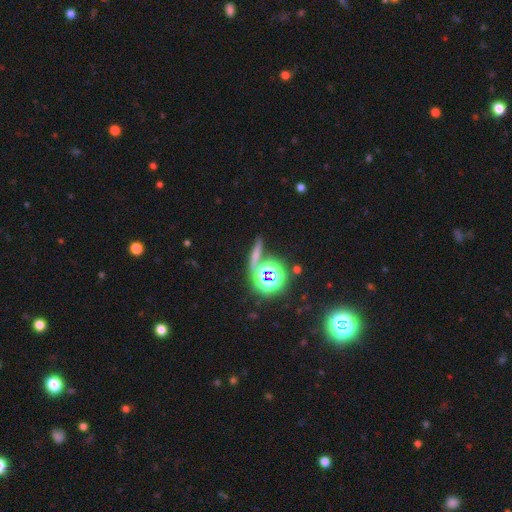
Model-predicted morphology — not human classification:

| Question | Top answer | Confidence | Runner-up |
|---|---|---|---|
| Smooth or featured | smooth | 41% | star or artifact (40%) |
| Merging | none | 69% | merger (13%) |